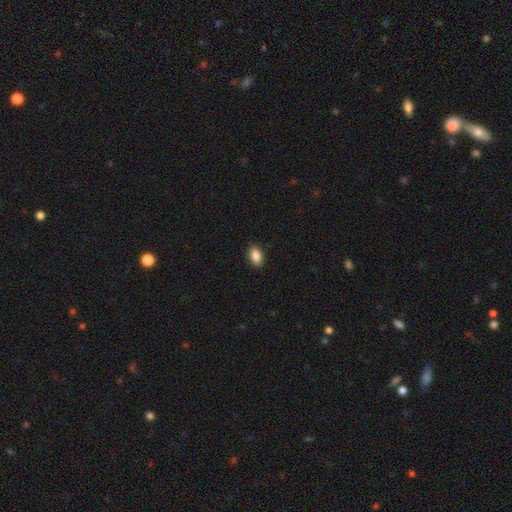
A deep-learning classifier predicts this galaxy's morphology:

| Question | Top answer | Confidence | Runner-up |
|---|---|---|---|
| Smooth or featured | smooth | 87% | star or artifact (8%) |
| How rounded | in between | 89% | round (9%) |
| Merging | none | 89% | minor disturbance (8%) |